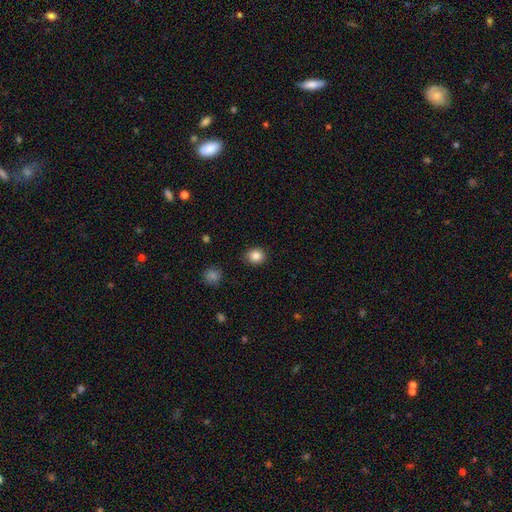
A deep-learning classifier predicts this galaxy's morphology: Overall: smooth (85%). How rounded: round (76%). Merging: none (90%).